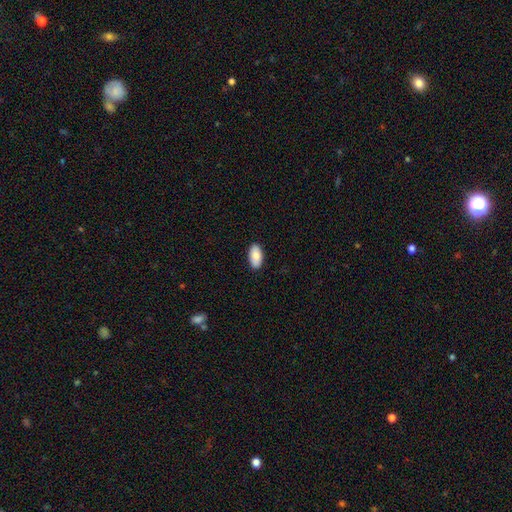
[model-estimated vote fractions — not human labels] This is clearly a smooth galaxy (82%). How rounded: clearly in between (94%). Merging: clearly none (89%).